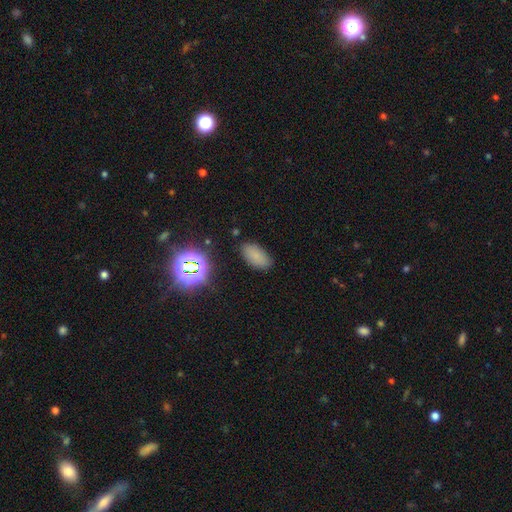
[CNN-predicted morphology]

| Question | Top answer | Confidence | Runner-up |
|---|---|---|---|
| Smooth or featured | smooth | 75% | star or artifact (18%) |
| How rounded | in between | 92% | round (4%) |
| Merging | none | 84% | minor disturbance (11%) |